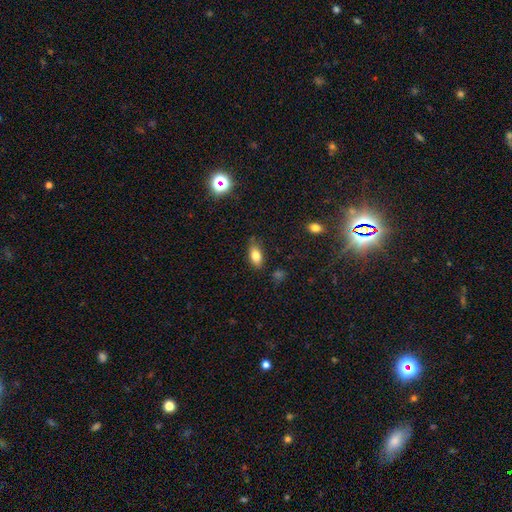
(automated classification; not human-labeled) Smooth or featured?
  - smooth: 80% *
  - featured or disk: 10%
  - star or artifact: 9%
How rounded?
  - in between: 87% *
  - cigar-shaped: 7%
  - round: 6%
Merging?
  - none: 78% *
  - minor disturbance: 16%
  - major disturbance: 4%
  - merger: 2%